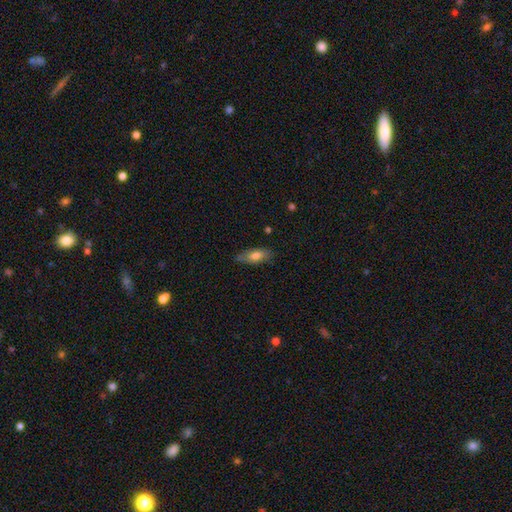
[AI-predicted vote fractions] Smooth or featured? Predicted: smooth (p=0.72). How rounded? Predicted: in between (p=0.74). Merging? Predicted: none (p=0.74).